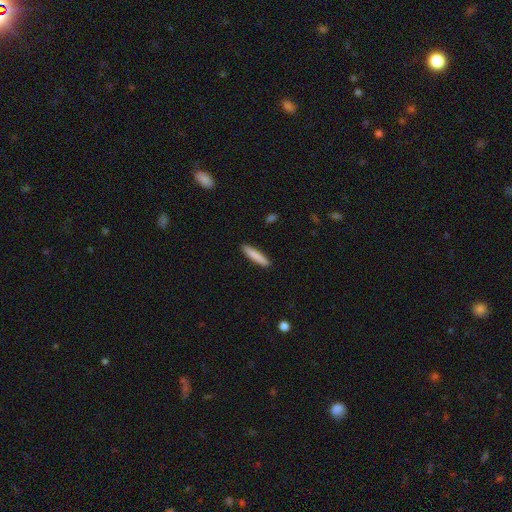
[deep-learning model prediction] Morphology: type=smooth (84%); roundness=cigar-shaped (90%); merging=none (91%).